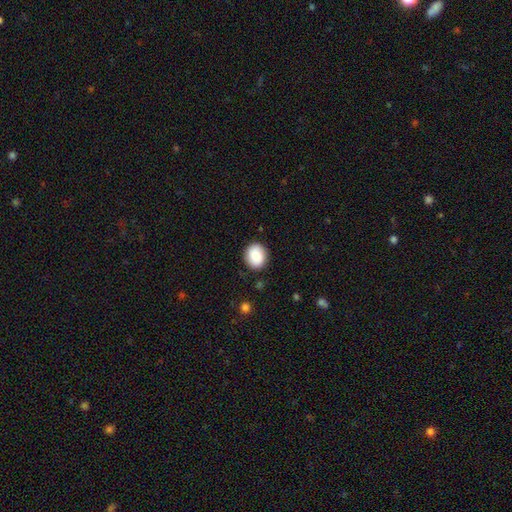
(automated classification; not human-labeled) A smooth galaxy with no disk features (87%) that is round (64%). Merging: none (86%).